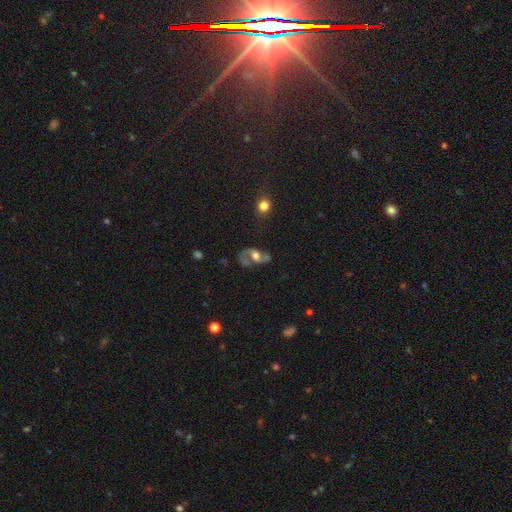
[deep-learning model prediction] This appears to be a featured or disk galaxy (66%) with no bar (64%), spiral arms (71%) and a moderate central bulge (51%). Merging: none (50%).